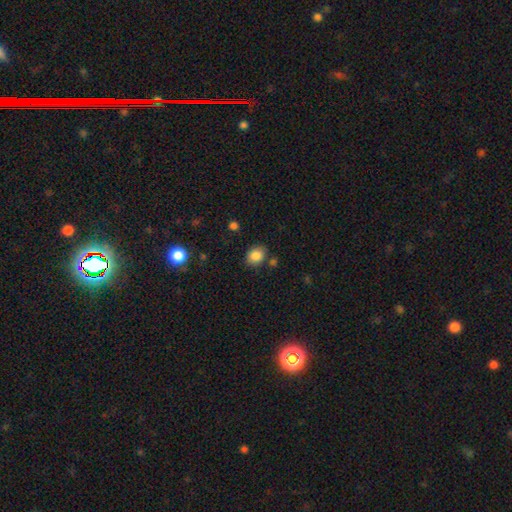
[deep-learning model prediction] smooth 86%, star or artifact 10%, featured or disk 5%. Down the decision tree: how rounded — round (53%); merging — none (78%).